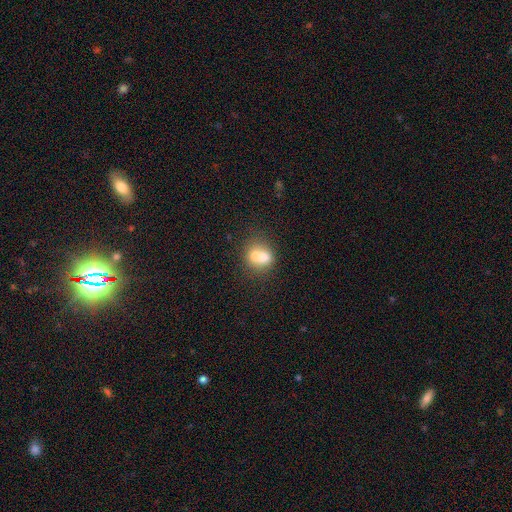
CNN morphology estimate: type=smooth (67%); roundness=round (59%); merging=merger (53%).